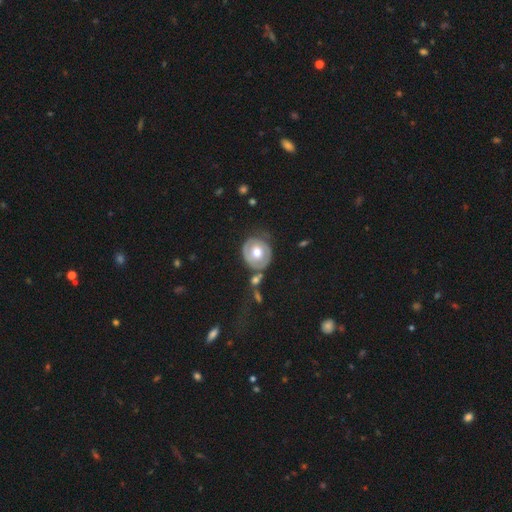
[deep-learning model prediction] A featured or disk galaxy (58%) with no bar (79%), no spiral arms (57%) and a moderate central bulge (75%). Merging: none (63%).